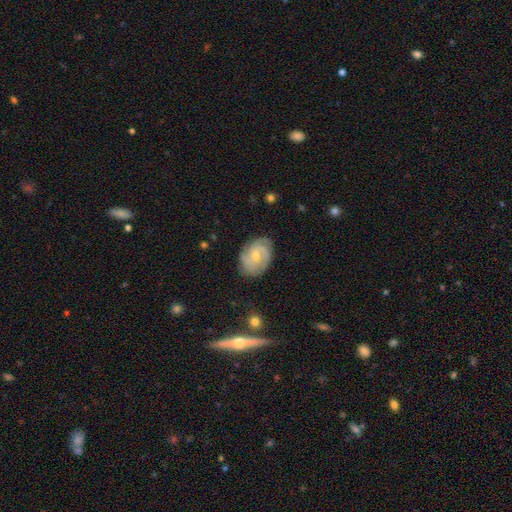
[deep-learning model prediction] This is likely a featured or disk galaxy (79%). It is clearly not viewed edge-on (98%). Bar: likely no (60%). Spiral arm pattern: clearly yes (95%). Spiral arm count: marginally 3 (34%). Spiral winding: possibly tight (51%). Central bulge: likely small (65%). Merging: likely none (77%).